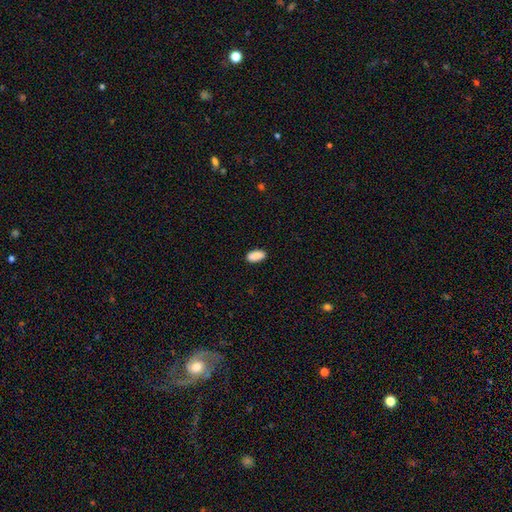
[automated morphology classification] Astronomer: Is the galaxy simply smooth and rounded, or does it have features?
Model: smooth — 89%.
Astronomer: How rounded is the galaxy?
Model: in between — 94%.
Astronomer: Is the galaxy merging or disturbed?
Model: none — 86%.